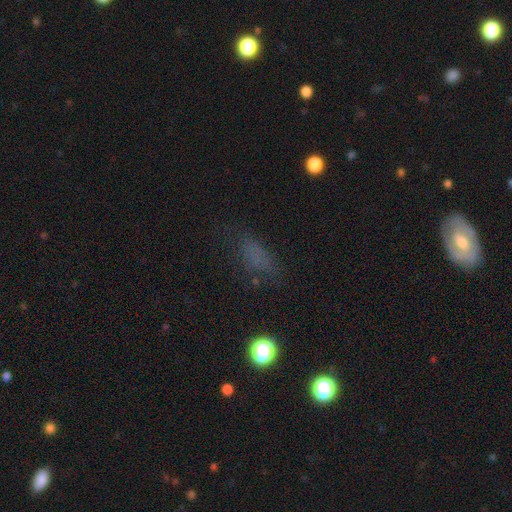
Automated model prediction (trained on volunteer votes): smooth_or_featured: smooth (p=0.60) [alt: star or artifact p=0.25]
how_rounded: in between (p=0.72) [alt: cigar-shaped p=0.19]
merging: none (p=0.62) [alt: minor disturbance p=0.21]